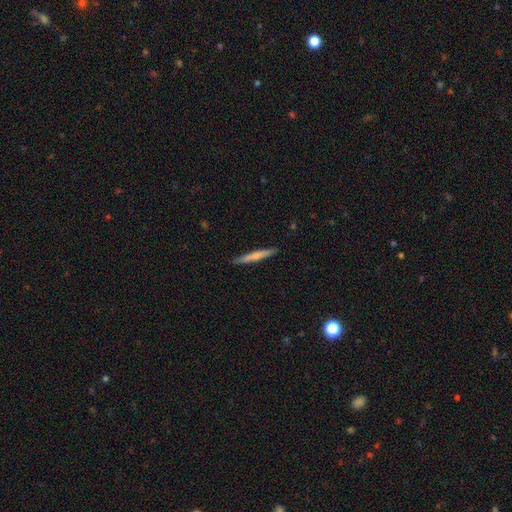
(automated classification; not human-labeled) Smooth or featured? smooth (58%)
How rounded? cigar-shaped (95%)
Merging? none (89%)